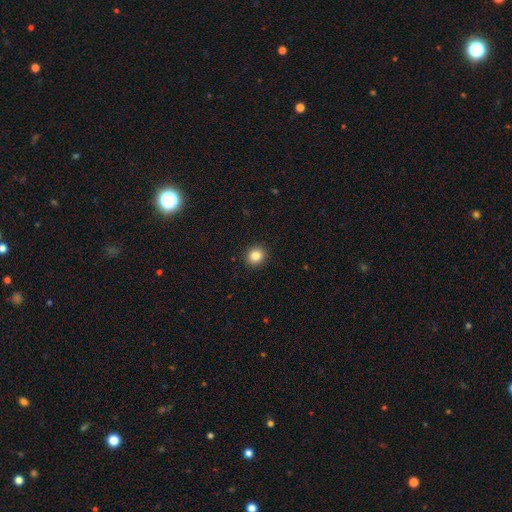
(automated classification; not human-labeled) smooth_or_featured: smooth (p=0.85) [alt: star or artifact p=0.10]
how_rounded: round (p=0.86) [alt: in between p=0.13]
merging: none (p=0.92) [alt: minor disturbance p=0.05]